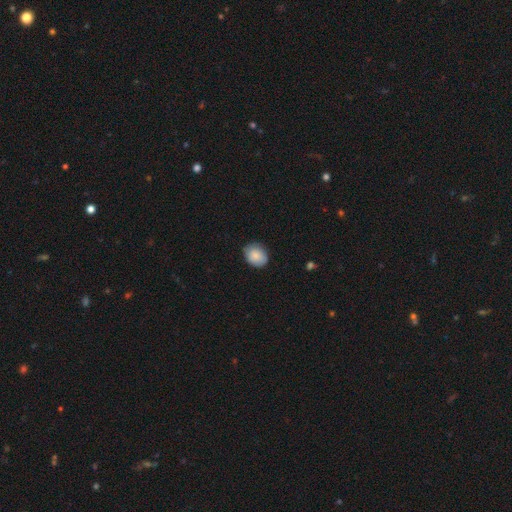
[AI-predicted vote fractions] Smooth or featured? smooth (83%)
How rounded? round (50%)
Merging? none (79%)